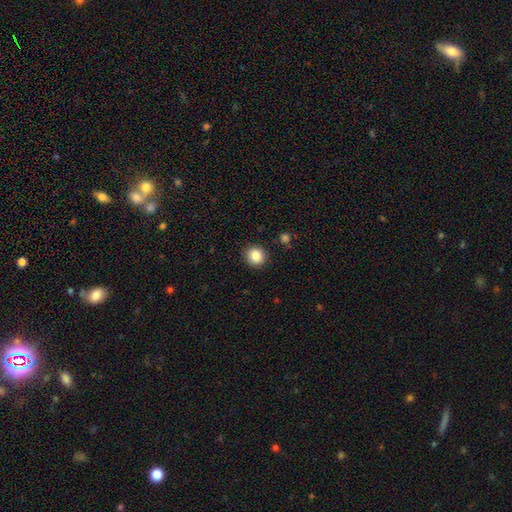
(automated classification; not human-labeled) smooth_or_featured: smooth (p=0.84) [alt: star or artifact p=0.10]
how_rounded: round (p=0.87) [alt: in between p=0.12]
merging: none (p=0.91) [alt: minor disturbance p=0.06]